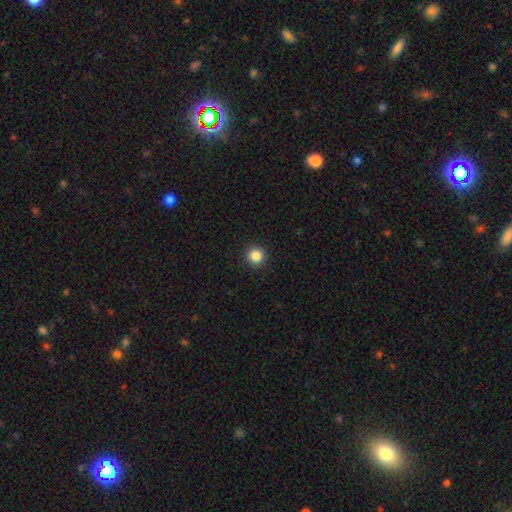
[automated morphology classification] Smooth or featured? smooth (85%)
How rounded? round (96%)
Merging? none (93%)